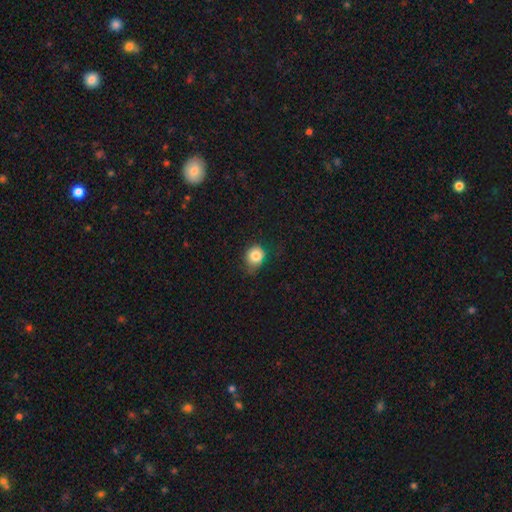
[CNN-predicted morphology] smooth-or-featured: smooth: 82% | star or artifact: 10% | featured or disk: 7%
  how-rounded: round: 75% | in between: 24% | cigar-shaped: 1%
  merging: none: 58% | minor disturbance: 32% | major disturbance: 9% | merger: 2%